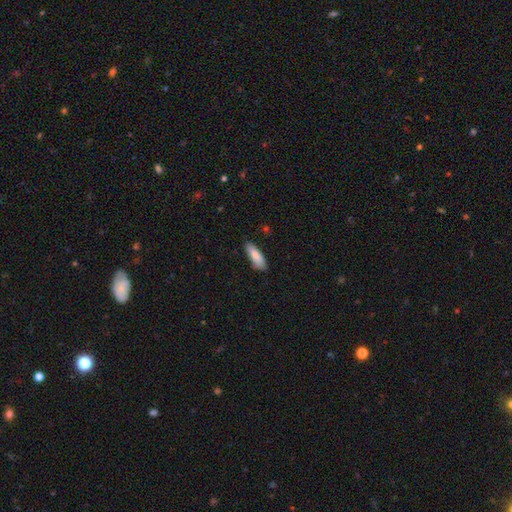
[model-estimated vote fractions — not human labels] Q: Smooth or featured?
A: smooth (86%); runner-up: featured or disk (8%)
Q: How rounded?
A: in between (50%); runner-up: cigar-shaped (49%)
Q: Merging?
A: none (80%); runner-up: minor disturbance (16%)